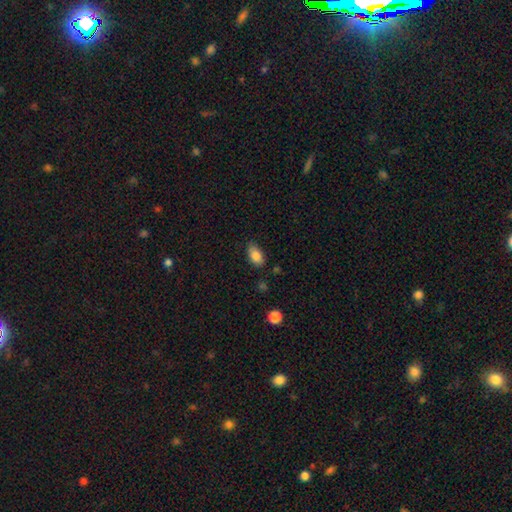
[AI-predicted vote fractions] The model was most divided on "merging": none: 76%, minor disturbance: 18%, major disturbance: 3%, merger: 2%. More confident: how rounded — in between (91%); smooth or featured — smooth (85%).